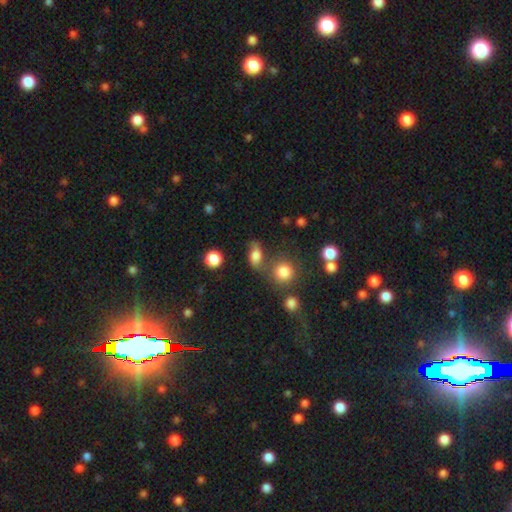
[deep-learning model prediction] A smooth galaxy with no disk features (62%) that is in between round and cigar-shaped (61%).

Vote fractions:
- Smooth or featured? smooth: 62% / featured or disk: 25% / star or artifact: 13%
- How rounded? in between: 61% / round: 34% / cigar-shaped: 5%
- Merging? none: 47% / minor disturbance: 21% / merger: 19% / major disturbance: 13%